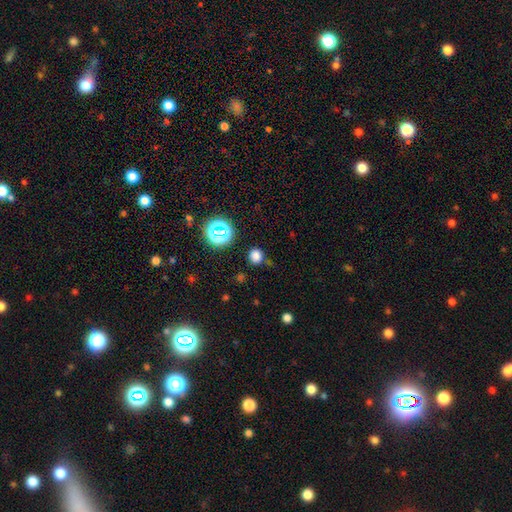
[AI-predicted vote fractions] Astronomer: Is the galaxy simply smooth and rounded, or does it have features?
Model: smooth — 74%.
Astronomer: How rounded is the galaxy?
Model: round — 82%.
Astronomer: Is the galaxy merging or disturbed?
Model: none — 79%.